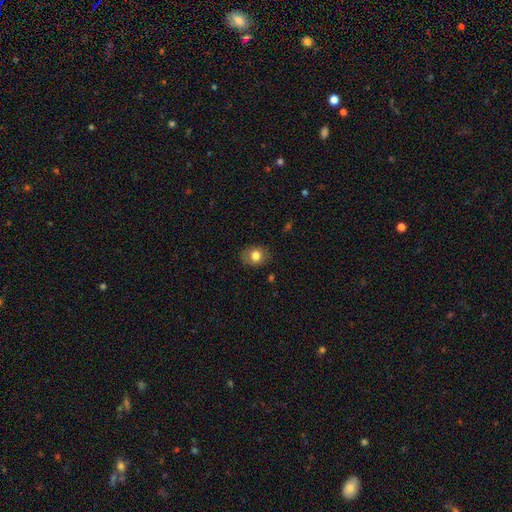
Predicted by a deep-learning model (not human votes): Smooth or featured: smooth — 76% (featured or disk — 14%)
How rounded: round — 52% (in between — 47%)
Merging: none — 80% (minor disturbance — 15%)